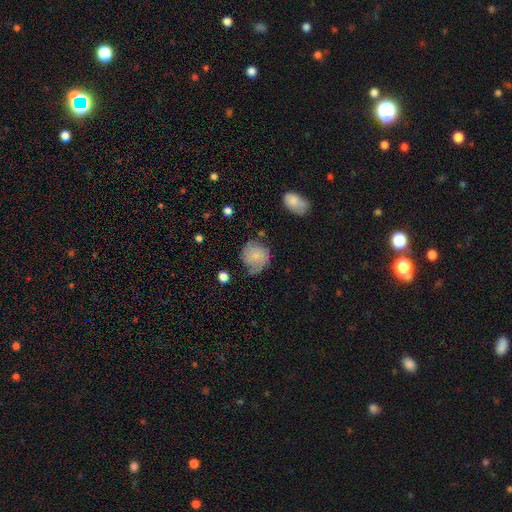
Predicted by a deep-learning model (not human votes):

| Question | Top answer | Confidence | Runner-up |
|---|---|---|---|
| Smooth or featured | smooth | 65% | featured or disk (27%) |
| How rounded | round | 82% | in between (17%) |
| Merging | none | 50% | minor disturbance (33%) |